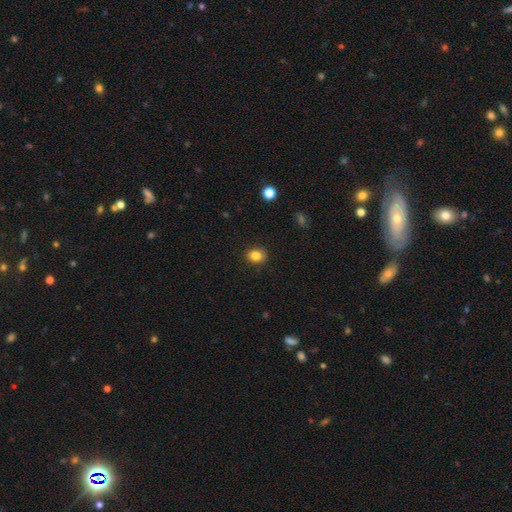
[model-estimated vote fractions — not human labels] Overall: smooth (83%). How rounded: round (64%; in between 35%). Merging: none (86%).